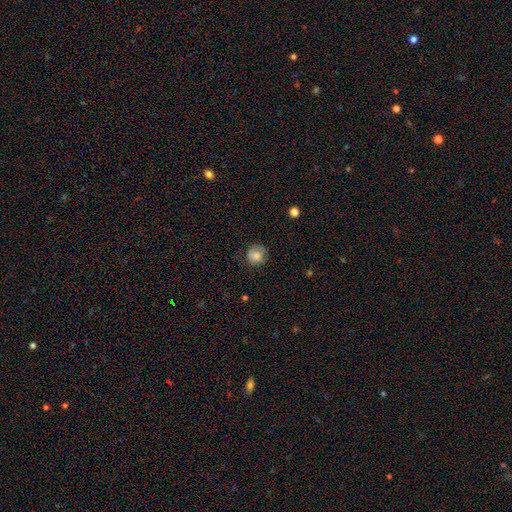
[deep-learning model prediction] The model was most divided on "merging": none: 71%, minor disturbance: 21%, major disturbance: 6%, merger: 1%. More confident: how rounded — round (87%); smooth or featured — smooth (80%).